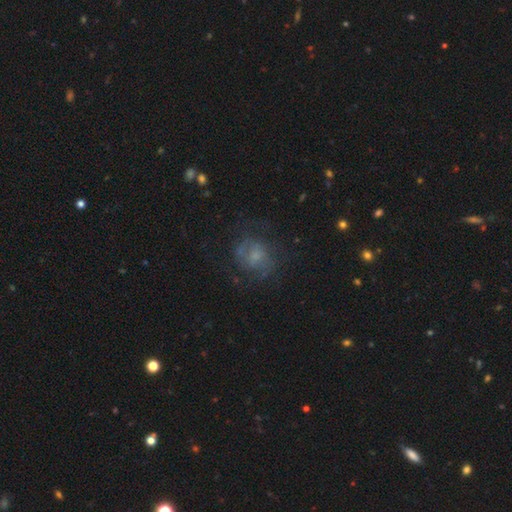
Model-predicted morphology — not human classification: Smooth or featured: featured or disk — 49% (smooth — 37%)
Merging: none — 61% (minor disturbance — 19%)